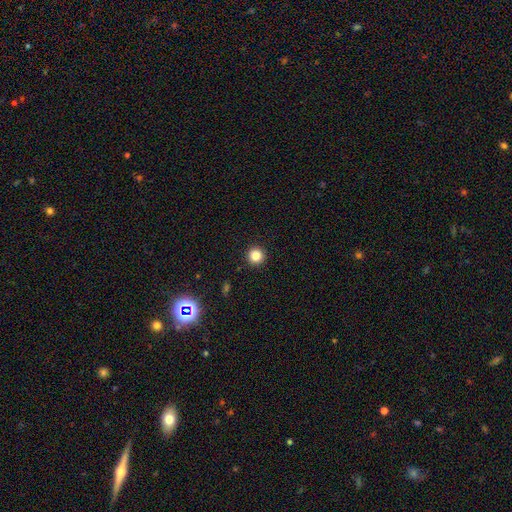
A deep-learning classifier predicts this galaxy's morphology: The model was most divided on "smooth or featured": smooth: 83%, star or artifact: 12%, featured or disk: 4%. More confident: how rounded — round (96%); merging — none (93%).